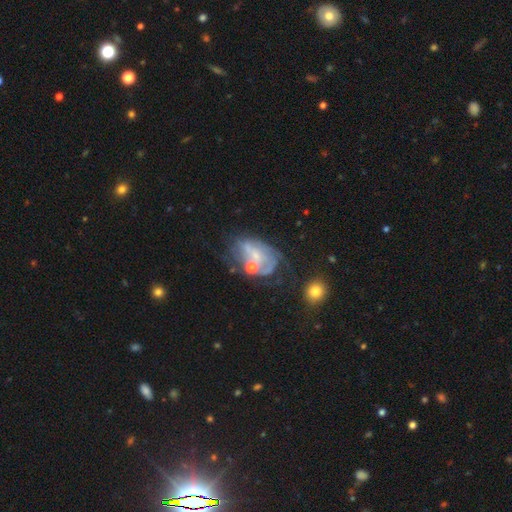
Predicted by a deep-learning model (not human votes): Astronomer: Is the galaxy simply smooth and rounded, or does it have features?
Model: featured or disk — 65%.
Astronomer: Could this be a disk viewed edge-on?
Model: no — 96%.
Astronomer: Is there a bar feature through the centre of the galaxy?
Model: no — 60%.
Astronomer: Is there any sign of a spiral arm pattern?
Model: yes — 57% (runner-up: no, 43%).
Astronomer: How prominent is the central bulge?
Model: small — 56%.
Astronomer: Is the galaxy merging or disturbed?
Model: none — 36% (runner-up: major disturbance, 25%).